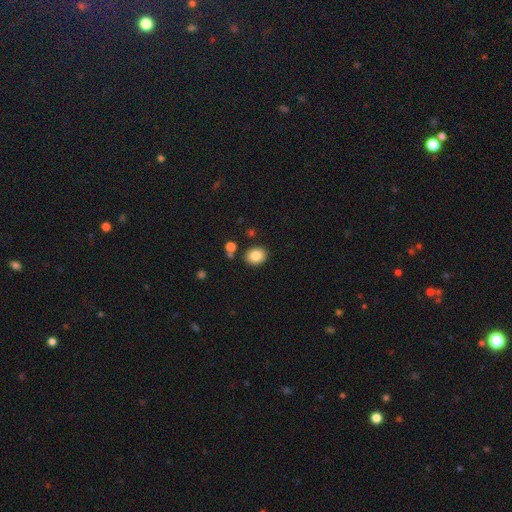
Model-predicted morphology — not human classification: A smooth galaxy with no disk features (84%) that is round (54%). Merging: none (84%).